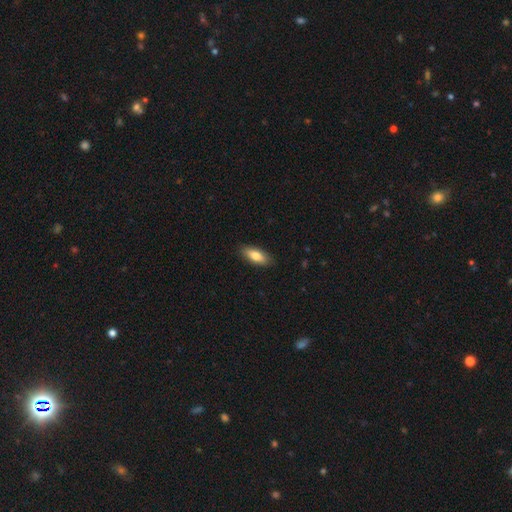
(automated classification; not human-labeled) A smooth galaxy with no disk features (78%) that is in between round and cigar-shaped (76%).

Vote fractions:
- Smooth or featured? smooth: 78% / featured or disk: 16% / star or artifact: 6%
- How rounded? in between: 76% / cigar-shaped: 21% / round: 2%
- Merging? none: 87% / minor disturbance: 10% / major disturbance: 2% / merger: 1%